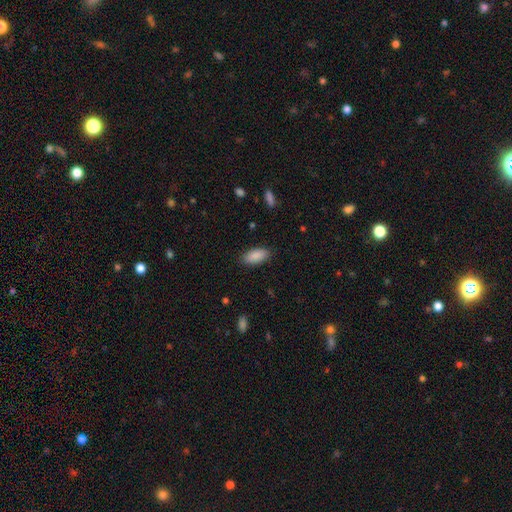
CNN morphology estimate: smooth 90%, star or artifact 6%, featured or disk 4%. Down the decision tree: how rounded — in between (89%); merging — none (87%).